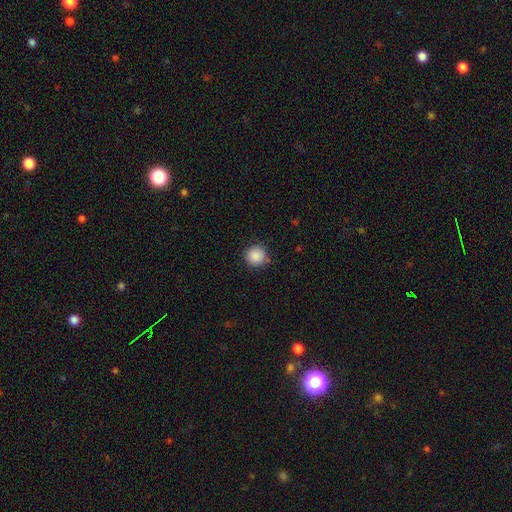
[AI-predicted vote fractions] Morphology: type=smooth (88%); roundness=round (94%); merging=none (86%).